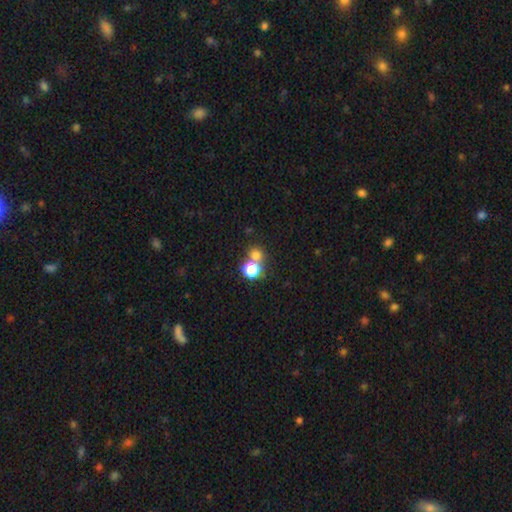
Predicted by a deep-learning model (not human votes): This is likely a smooth galaxy (66%). How rounded: clearly round (83%). Merging: possibly none (57%).